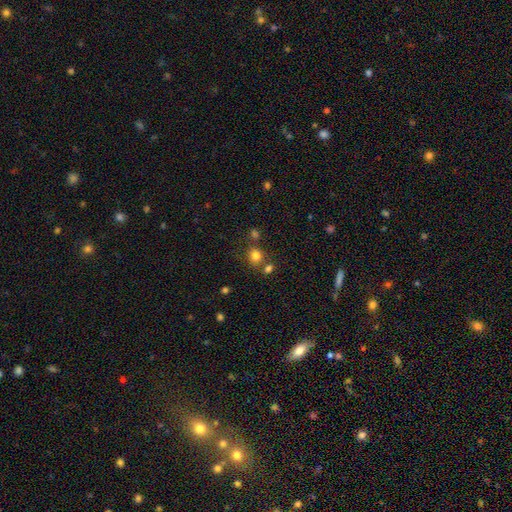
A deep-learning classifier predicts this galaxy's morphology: Overall: smooth (79%). How rounded: round (78%). Merging: none (69%).